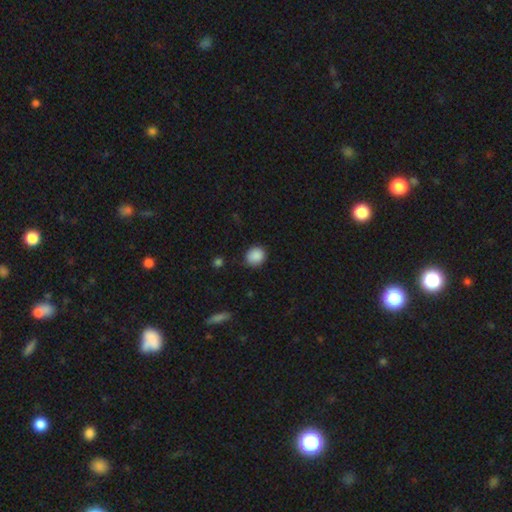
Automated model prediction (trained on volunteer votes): smooth 88%, star or artifact 8%, featured or disk 4%. Down the decision tree: how rounded — round (78%); merging — none (79%).